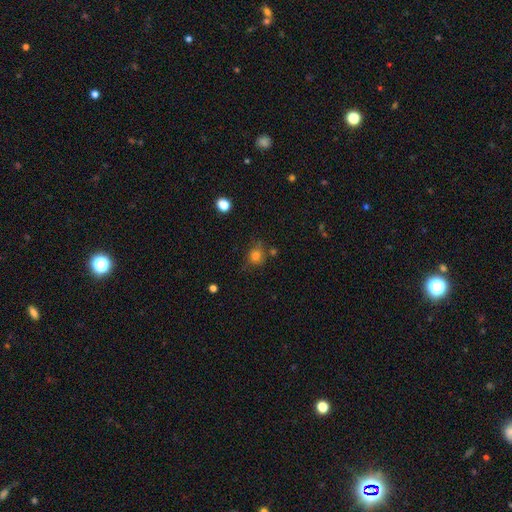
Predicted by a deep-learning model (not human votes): Smooth or featured?
  - smooth: 78% *
  - star or artifact: 14%
  - featured or disk: 7%
How rounded?
  - round: 80% *
  - in between: 19%
  - cigar-shaped: 1%
Merging?
  - none: 67% *
  - minor disturbance: 19%
  - major disturbance: 7%
  - merger: 7%